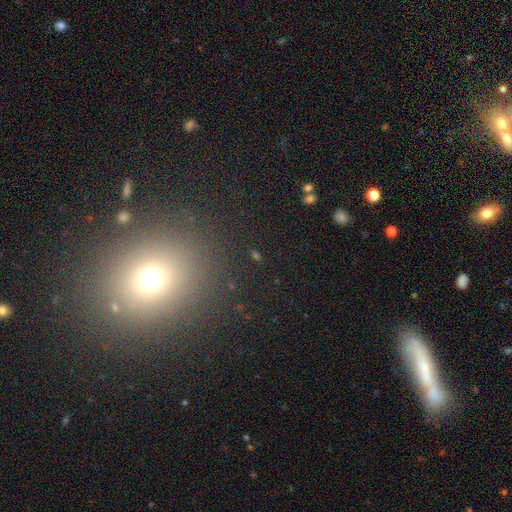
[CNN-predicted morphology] smooth_or_featured: star or artifact (p=0.49) [alt: smooth p=0.39]